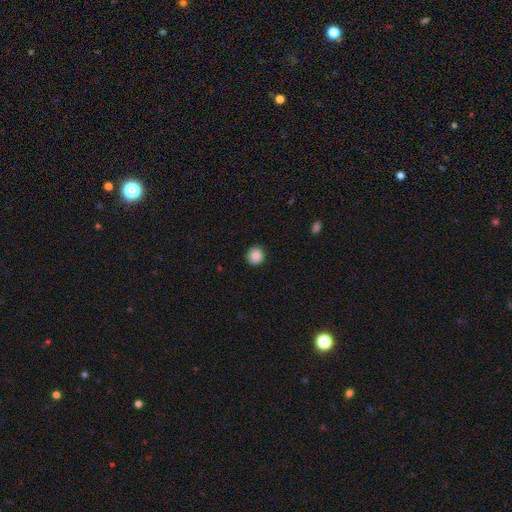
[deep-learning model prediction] Smooth or featured? Predicted: smooth (p=0.86). How rounded? Predicted: round (p=0.94). Merging? Predicted: none (p=0.92).